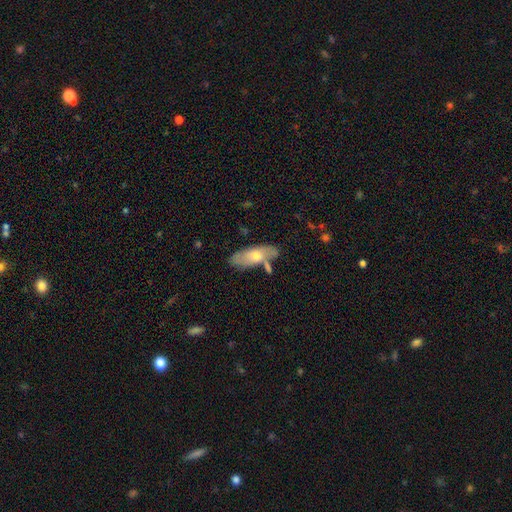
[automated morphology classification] Q: Smooth or featured?
A: smooth (57%); runner-up: featured or disk (37%)
Q: How rounded?
A: in between (72%); runner-up: cigar-shaped (25%)
Q: Merging?
A: none (63%); runner-up: minor disturbance (19%)